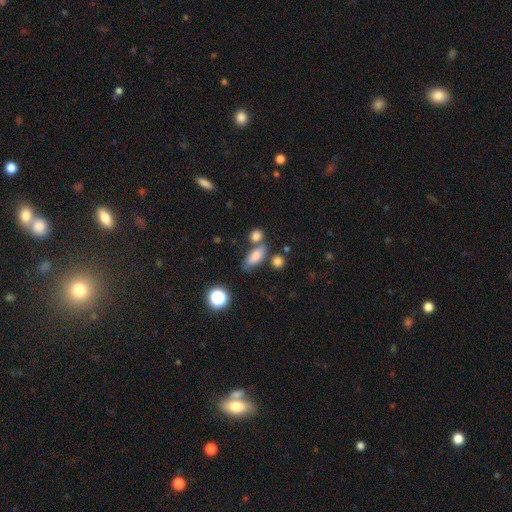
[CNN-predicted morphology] Smooth or featured?
  - smooth: 79% *
  - star or artifact: 10%
  - featured or disk: 10%
How rounded?
  - in between: 74% *
  - cigar-shaped: 17%
  - round: 9%
Merging?
  - none: 57% *
  - merger: 21%
  - minor disturbance: 16%
  - major disturbance: 6%